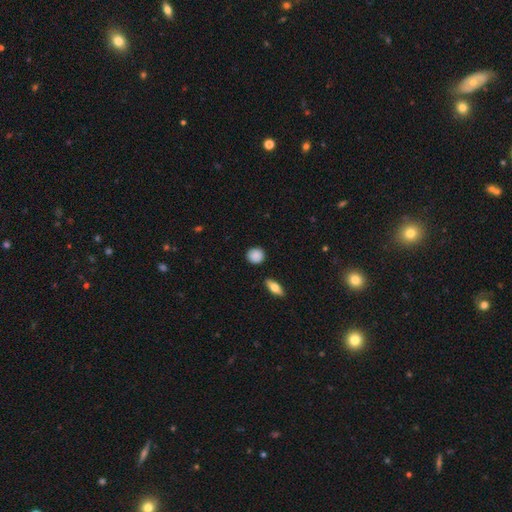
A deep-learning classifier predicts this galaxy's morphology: This appears to be a smooth galaxy with no disk features (88%) that is round (87%). Merging: none (89%).